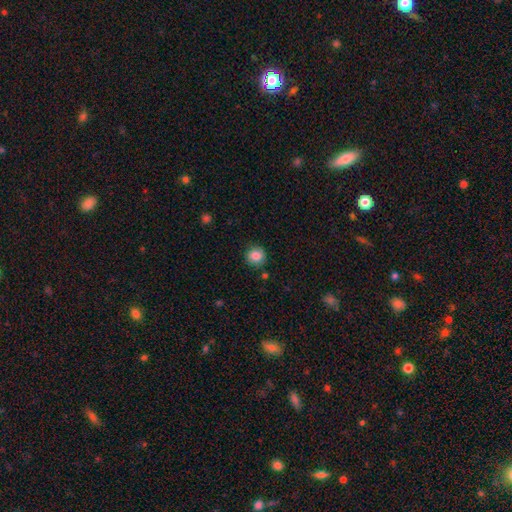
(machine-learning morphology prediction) A smooth galaxy with no disk features (85%) that is round (90%).

Vote fractions:
- Smooth or featured? smooth: 85% / star or artifact: 9% / featured or disk: 5%
- How rounded? round: 90% / in between: 9% / cigar-shaped: 1%
- Merging? none: 86% / minor disturbance: 9% / merger: 2% / major disturbance: 2%